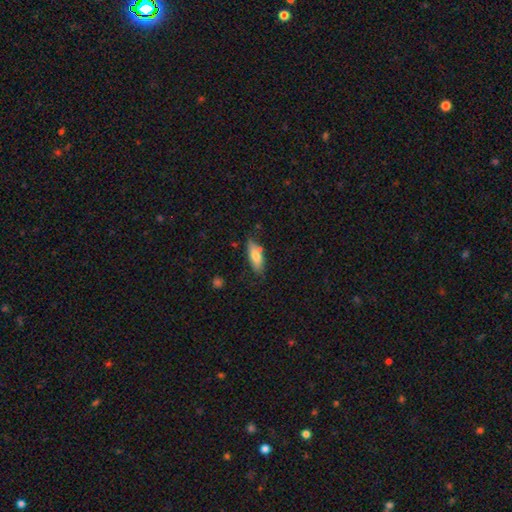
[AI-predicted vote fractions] This is likely a smooth galaxy (76%). How rounded: likely in between (67%). Merging: likely none (71%).